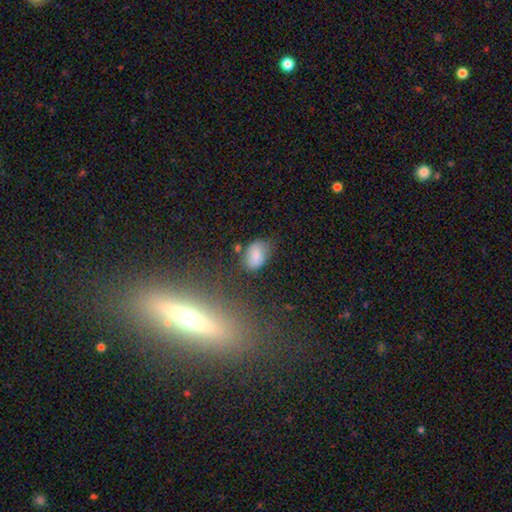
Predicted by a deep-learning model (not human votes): Smooth or featured? Predicted: smooth (p=0.78). How rounded? Predicted: in between (p=0.85). Merging? Predicted: none (p=0.58).